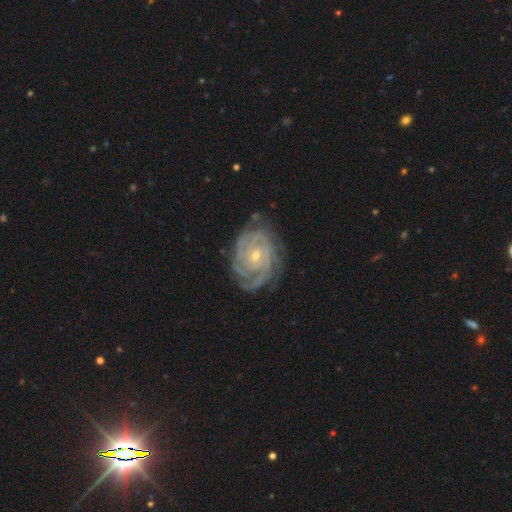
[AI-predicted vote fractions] Smooth or featured: featured or disk — 90% (star or artifact — 5%)
Edge-on disk: no — 97% (yes — 3%)
Bar: no — 70% (weak — 23%)
Spiral arms: yes — 98% (no — 2%)
Spiral winding: tight — 79% (medium — 18%)
Spiral arm count: 3 — 26% (can't tell — 22%)
Bulge size: small — 69% (moderate — 28%)
Merging: none — 74% (minor disturbance — 18%)